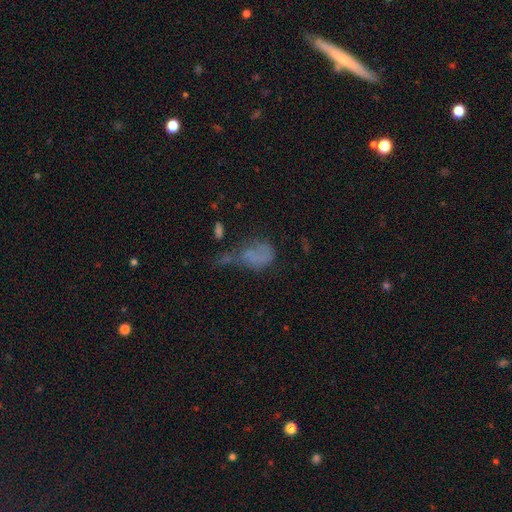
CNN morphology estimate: smooth 52%, featured or disk 30%, star or artifact 18%. Down the decision tree: how rounded — in between (80%); merging — major disturbance (36%).